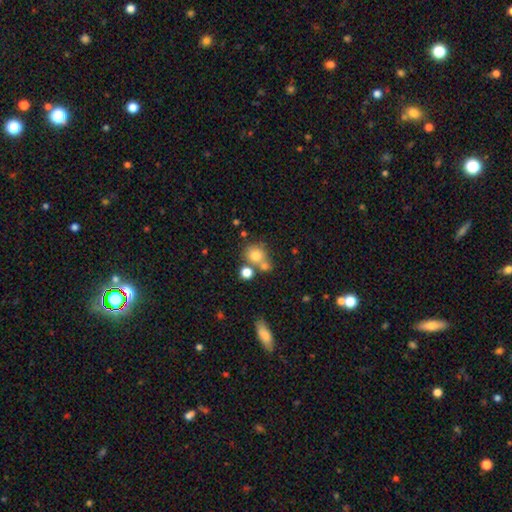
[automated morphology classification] smooth 76%, star or artifact 13%, featured or disk 11%. Down the decision tree: how rounded — round (83%); merging — none (54%).